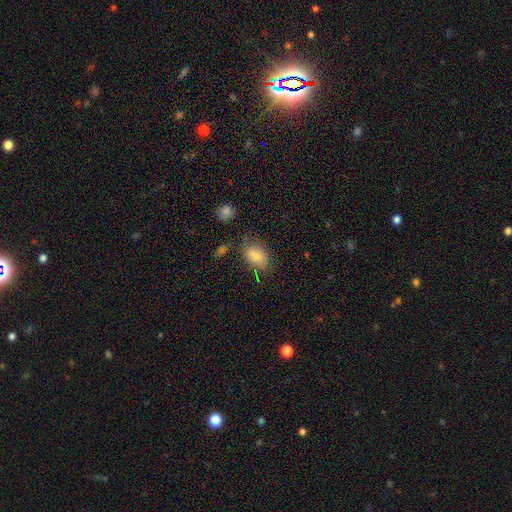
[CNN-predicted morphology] A smooth galaxy with no disk features (77%) that is in between round and cigar-shaped (87%).

Vote fractions:
- Smooth or featured? smooth: 77% / featured or disk: 12% / star or artifact: 10%
- How rounded? in between: 87% / round: 12% / cigar-shaped: 2%
- Merging? none: 69% / minor disturbance: 20% / major disturbance: 6% / merger: 5%